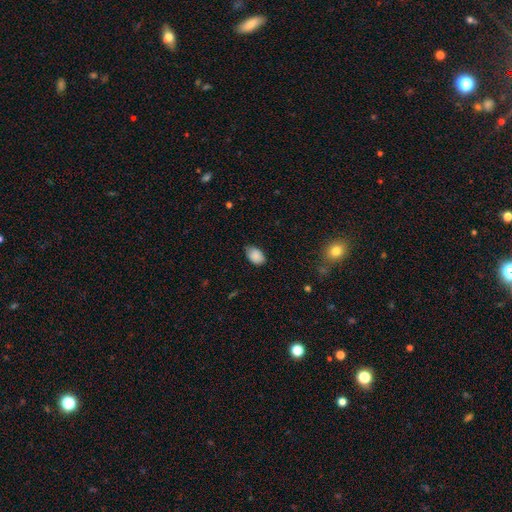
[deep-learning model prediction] A smooth galaxy with no disk features (88%) that is in between round and cigar-shaped (85%). Merging: none (70%).